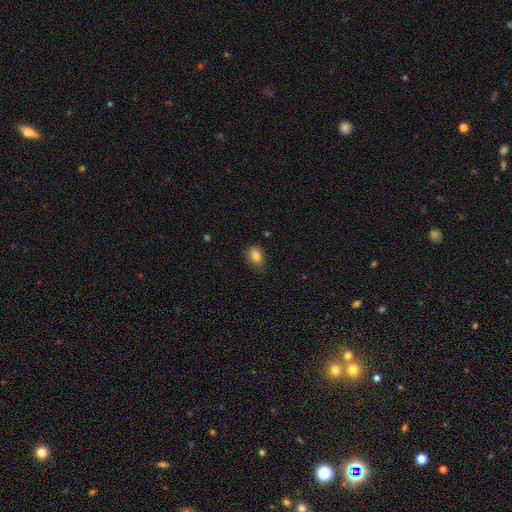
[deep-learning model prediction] Smooth or featured: smooth — 83% (star or artifact — 9%)
How rounded: in between — 78% (round — 21%)
Merging: none — 71% (minor disturbance — 23%)